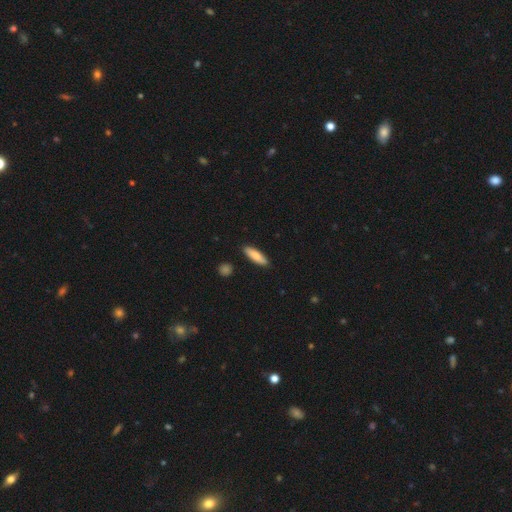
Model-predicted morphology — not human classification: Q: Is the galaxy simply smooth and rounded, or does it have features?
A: smooth — 82%.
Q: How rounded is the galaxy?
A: cigar-shaped — 58%.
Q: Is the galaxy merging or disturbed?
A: none — 88%.